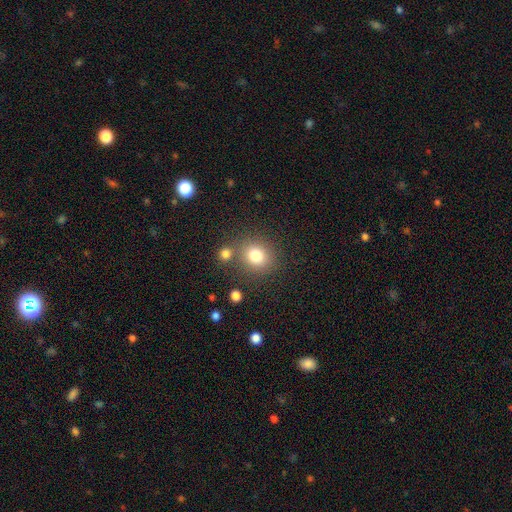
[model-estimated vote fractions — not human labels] smooth-or-featured: smooth: 80% | star or artifact: 12% | featured or disk: 8%
  how-rounded: round: 82% | in between: 17% | cigar-shaped: 1%
  merging: none: 74% | merger: 12% | minor disturbance: 10% | major disturbance: 4%